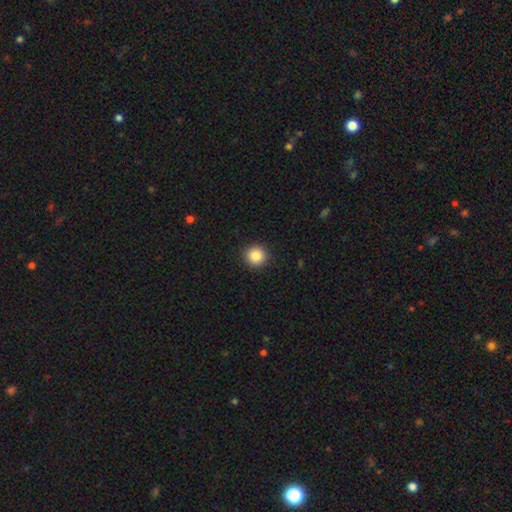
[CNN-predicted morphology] A smooth galaxy with no disk features (87%) that is round (94%). Merging: none (92%).